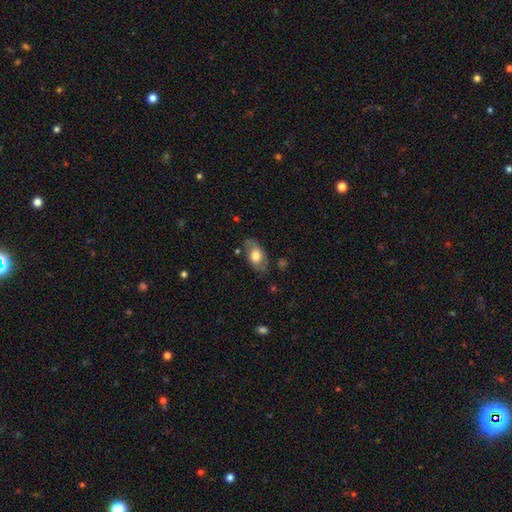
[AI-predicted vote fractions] Overall: smooth (59%; featured or disk 35%). How rounded: in between (90%). Merging: none (73%).